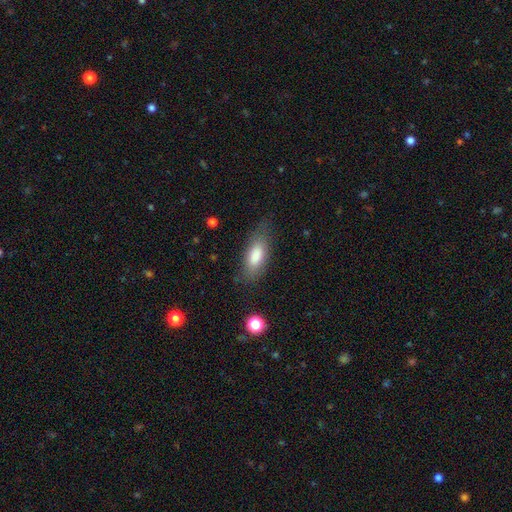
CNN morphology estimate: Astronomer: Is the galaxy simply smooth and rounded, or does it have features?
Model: smooth — 78%.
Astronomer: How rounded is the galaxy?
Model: in between — 77%.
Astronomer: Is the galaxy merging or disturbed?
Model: none — 72%.